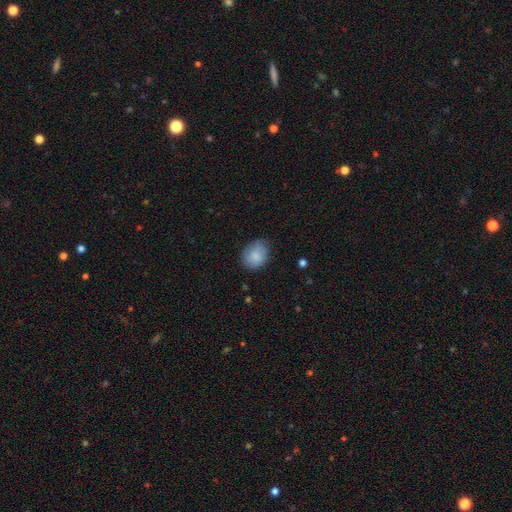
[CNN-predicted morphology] A smooth galaxy with no disk features (84%) that is in between round and cigar-shaped (51%).

Vote fractions:
- Smooth or featured? smooth: 84% / featured or disk: 10% / star or artifact: 7%
- How rounded? in between: 51% / round: 48% / cigar-shaped: 1%
- Merging? none: 70% / minor disturbance: 24% / major disturbance: 5% / merger: 1%